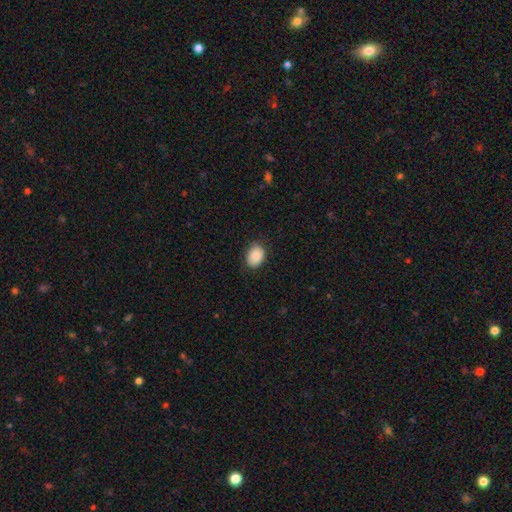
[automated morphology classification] The model was most divided on "how rounded": in between: 67%, round: 32%, cigar-shaped: 1%. More confident: smooth or featured — smooth (87%); merging — none (83%).